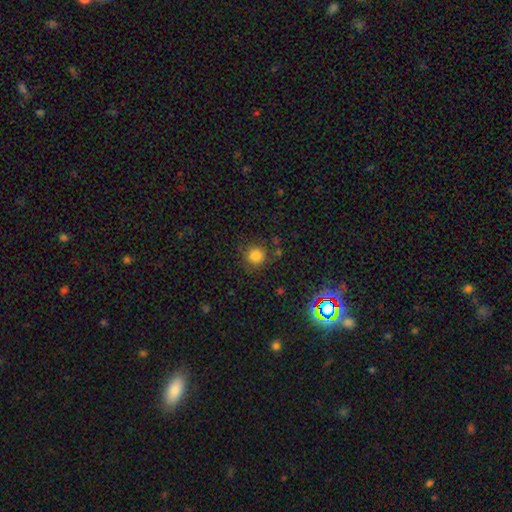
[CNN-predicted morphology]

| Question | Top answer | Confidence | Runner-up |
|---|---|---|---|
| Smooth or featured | smooth | 82% | star or artifact (13%) |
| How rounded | round | 92% | in between (7%) |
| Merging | none | 80% | minor disturbance (12%) |